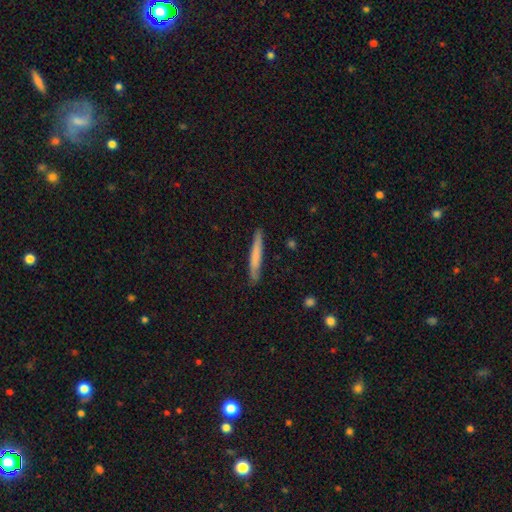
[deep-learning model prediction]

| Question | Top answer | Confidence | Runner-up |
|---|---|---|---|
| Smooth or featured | smooth | 67% | featured or disk (27%) |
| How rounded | cigar-shaped | 96% | in between (3%) |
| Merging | none | 87% | minor disturbance (10%) |